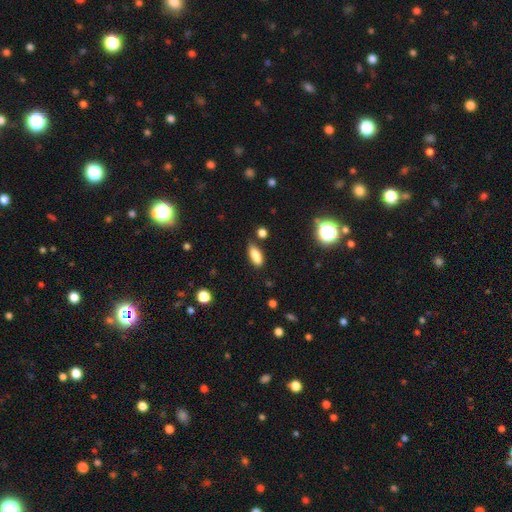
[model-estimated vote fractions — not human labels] Smooth or featured?
  - smooth: 84% *
  - star or artifact: 9%
  - featured or disk: 7%
How rounded?
  - in between: 79% *
  - cigar-shaped: 18%
  - round: 3%
Merging?
  - none: 73% *
  - minor disturbance: 19%
  - merger: 4%
  - major disturbance: 4%